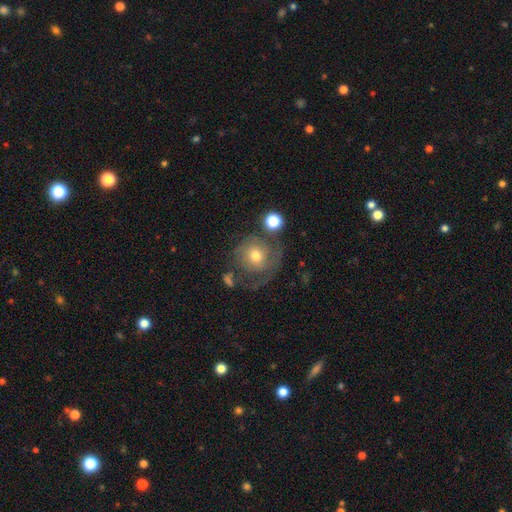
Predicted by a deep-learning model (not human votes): Overall: featured or disk (51%; smooth 41%). Edge-on disk: no (97%). Merging: none (44%; major disturbance 25%).